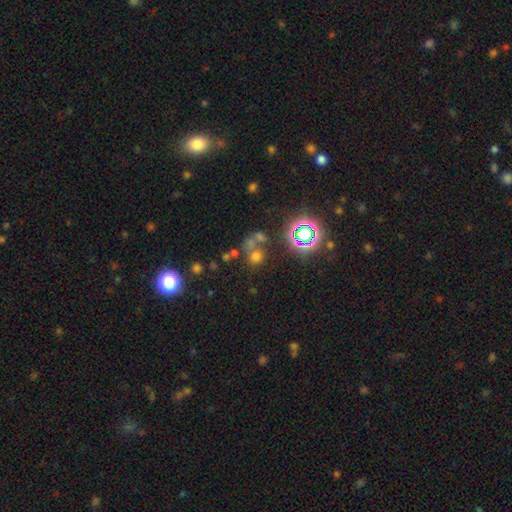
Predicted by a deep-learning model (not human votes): Smooth or featured? smooth (51%)
How rounded? round (82%)
Merging? none (50%)